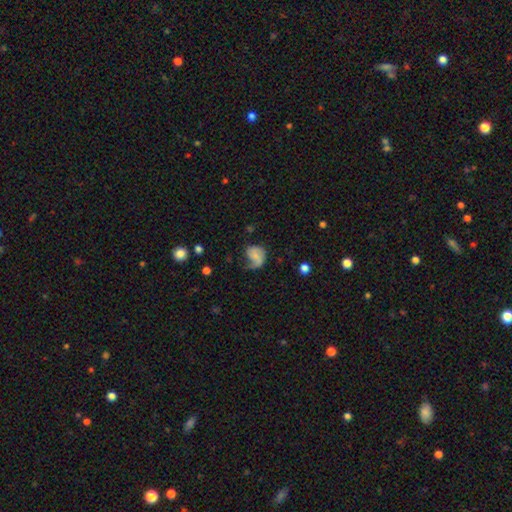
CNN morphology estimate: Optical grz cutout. It shows a smooth galaxy with no disk features (47%). Merging: major disturbance (35%).